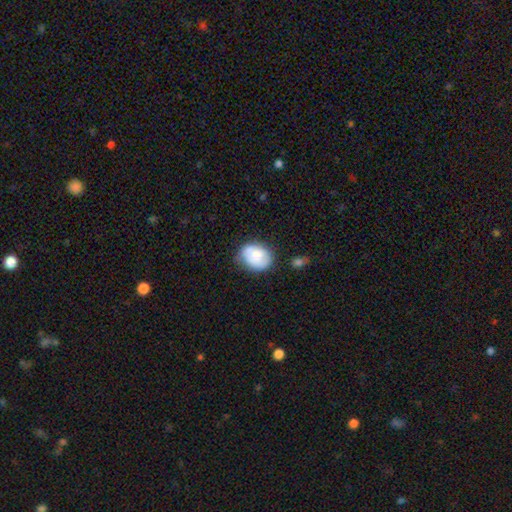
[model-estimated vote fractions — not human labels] Smooth or featured?
  - smooth: 67% *
  - featured or disk: 26%
  - star or artifact: 7%
How rounded?
  - in between: 55% *
  - round: 44%
  - cigar-shaped: 1%
Merging?
  - none: 61% *
  - minor disturbance: 28%
  - major disturbance: 7%
  - merger: 4%